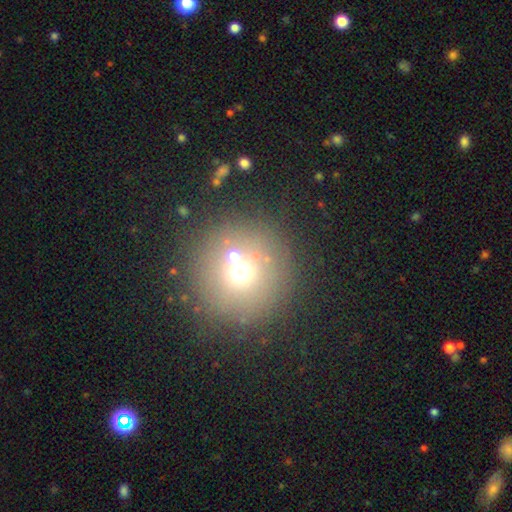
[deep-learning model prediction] Smooth or featured? Predicted: smooth (p=0.63). How rounded? Predicted: round (p=0.96). Merging? Predicted: none (p=0.79).